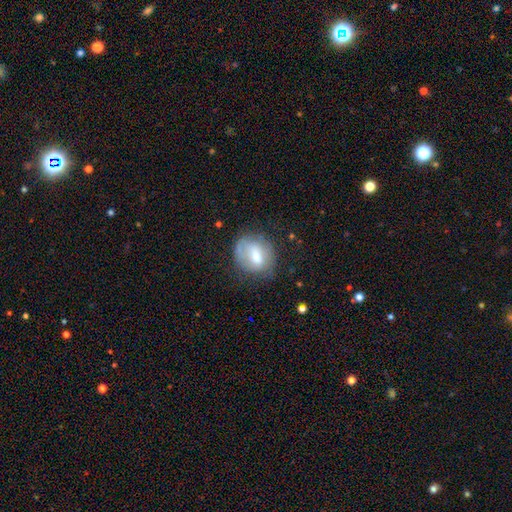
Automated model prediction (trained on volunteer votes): A smooth galaxy with no disk features (55%) that is round (60%).

Vote fractions:
- Smooth or featured? smooth: 55% / featured or disk: 37% / star or artifact: 8%
- How rounded? round: 60% / in between: 38% / cigar-shaped: 2%
- Merging? none: 57% / minor disturbance: 27% / major disturbance: 14% / merger: 3%